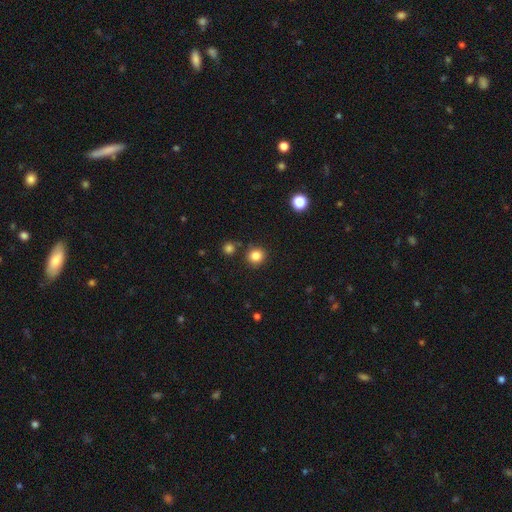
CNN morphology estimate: smooth-or-featured: smooth: 83% | star or artifact: 12% | featured or disk: 5%
  how-rounded: round: 90% | in between: 10% | cigar-shaped: 1%
  merging: none: 84% | minor disturbance: 8% | merger: 5% | major disturbance: 3%